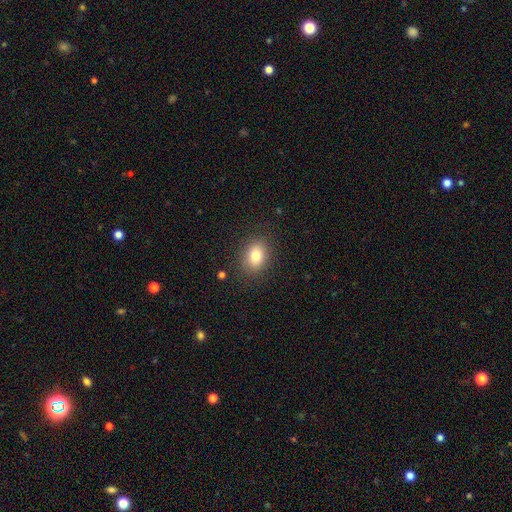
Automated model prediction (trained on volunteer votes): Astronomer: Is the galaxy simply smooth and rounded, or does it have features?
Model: smooth — 80%.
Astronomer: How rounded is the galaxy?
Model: in between — 62% (runner-up: round, 37%).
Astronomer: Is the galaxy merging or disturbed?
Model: none — 85%.